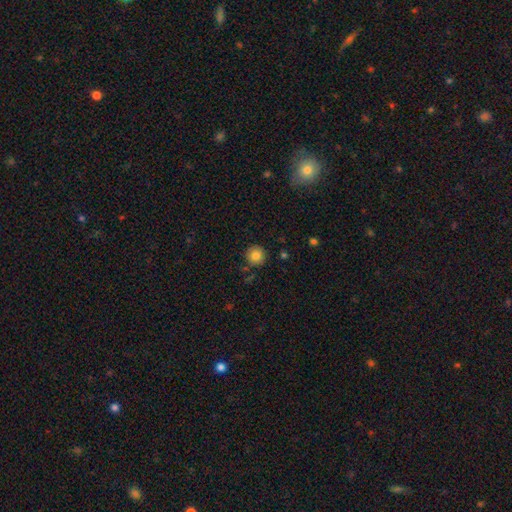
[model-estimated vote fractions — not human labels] This is clearly a smooth galaxy (83%). How rounded: clearly round (94%). Merging: clearly none (86%).